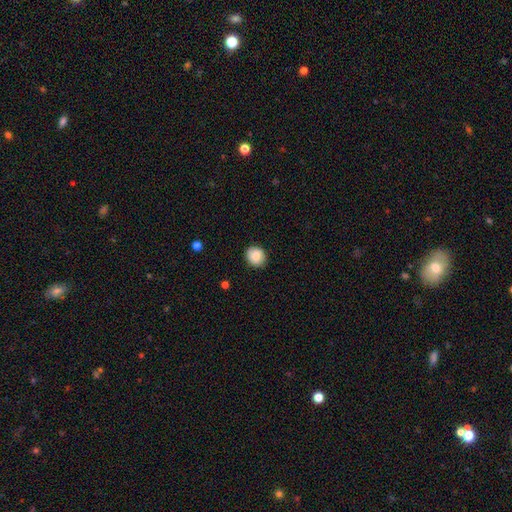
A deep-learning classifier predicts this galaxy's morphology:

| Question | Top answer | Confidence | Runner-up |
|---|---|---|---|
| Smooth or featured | smooth | 85% | star or artifact (8%) |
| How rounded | round | 74% | in between (25%) |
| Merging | none | 87% | minor disturbance (9%) |